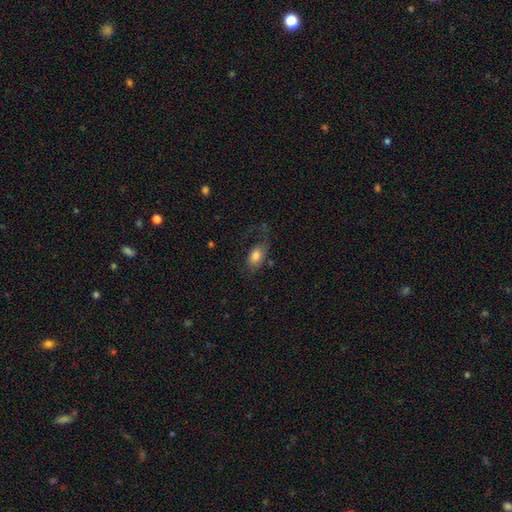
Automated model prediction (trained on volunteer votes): Smooth or featured: smooth — 70% (featured or disk — 22%)
How rounded: in between — 88% (round — 9%)
Merging: none — 41% (major disturbance — 35%)